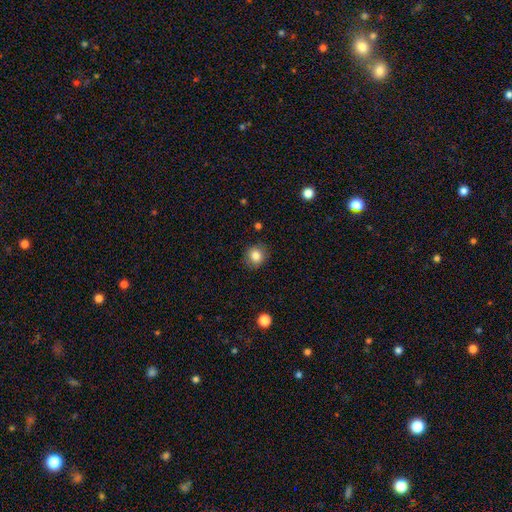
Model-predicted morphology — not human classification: A smooth galaxy with no disk features (84%) that is round (81%).

Vote fractions:
- Smooth or featured? smooth: 84% / star or artifact: 10% / featured or disk: 7%
- How rounded? round: 81% / in between: 18% / cigar-shaped: 1%
- Merging? none: 86% / minor disturbance: 10% / major disturbance: 3% / merger: 1%